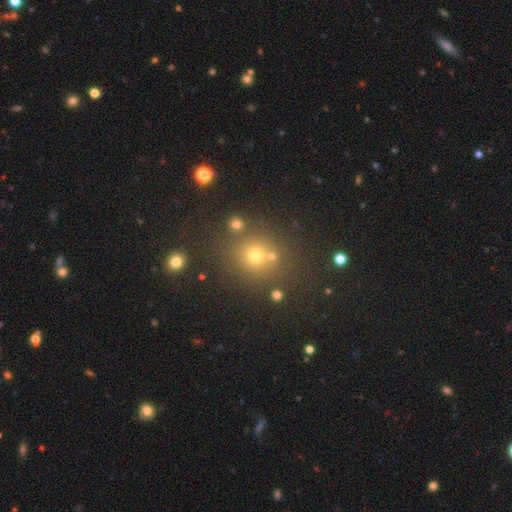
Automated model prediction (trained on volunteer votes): smooth-or-featured: smooth: 63% | star or artifact: 28% | featured or disk: 9%
  how-rounded: round: 86% | in between: 13% | cigar-shaped: 1%
  merging: none: 75% | merger: 12% | minor disturbance: 9% | major disturbance: 4%